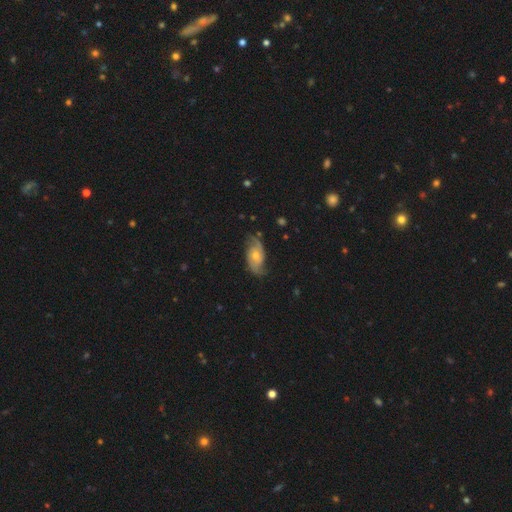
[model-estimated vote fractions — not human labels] featured or disk 73%, smooth 20%, star or artifact 8%. Down the decision tree: edge-on disk — no (94%); bar — no (70%); spiral arms — yes (92%); spiral arm count — 2 (79%); spiral winding — medium (41%); bulge size — moderate (49%); merging — none (72%).